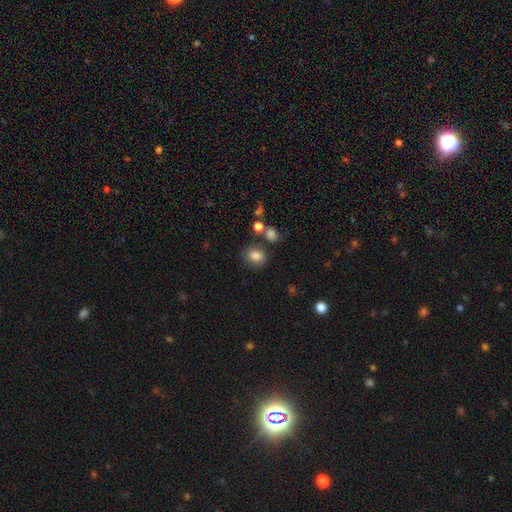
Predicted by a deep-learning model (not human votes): Morphology: type=smooth (80%); roundness=in between (50%); merging=none (70%).